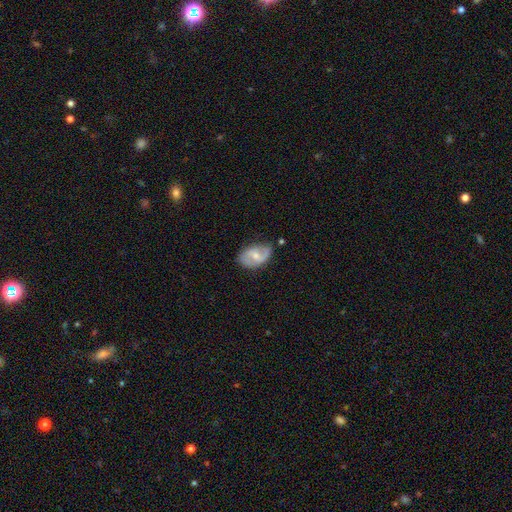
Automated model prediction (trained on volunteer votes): A featured or disk galaxy (69%) with a weak bar (51%), 2 (84%) medium (42%, tied with loose) spiral arms (88%) and a small central bulge (48%).

Vote fractions:
- Smooth or featured? featured or disk: 69% / smooth: 25% / star or artifact: 6%
- Edge-on disk? no: 97% / yes: 3%
- Bar? weak: 51% / no: 35% / strong: 14%
- Spiral arms? yes: 88% / no: 12%
- Spiral winding? medium: 42% (tied) / loose: 42% (tied) / tight: 16%
- Spiral arm count? 2: 84% / can't tell: 8% / 1: 5% / 3: 1% / 4: 1% / more than 4: 1%
- Bulge size? small: 48% / moderate: 46% / none: 3% / large: 2% / dominant: 1%
- Merging? none: 69% / minor disturbance: 23% / major disturbance: 6% / merger: 2%